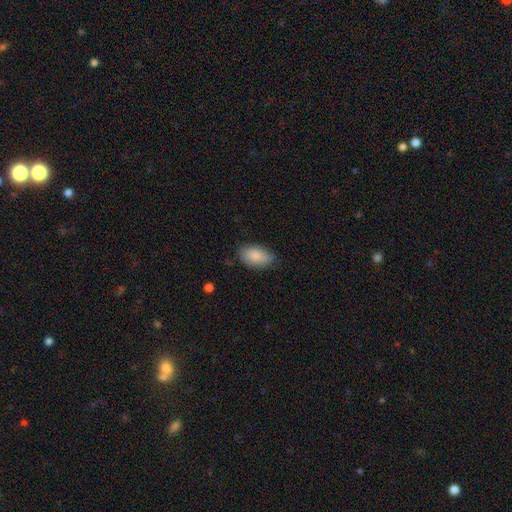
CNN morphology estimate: Smooth or featured?
  - smooth: 84% *
  - featured or disk: 10%
  - star or artifact: 6%
How rounded?
  - in between: 93% *
  - round: 5%
  - cigar-shaped: 2%
Merging?
  - none: 77% *
  - minor disturbance: 19%
  - major disturbance: 4%
  - merger: 1%